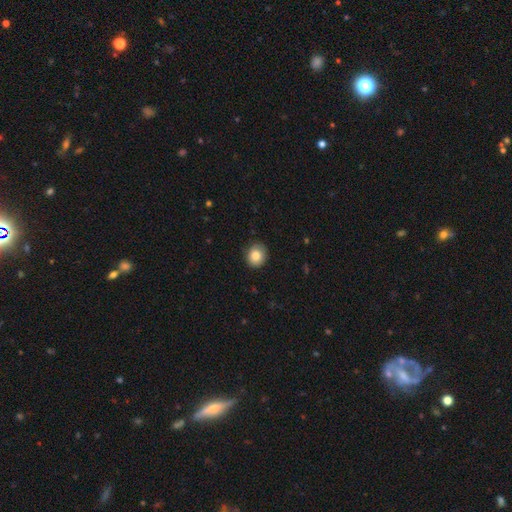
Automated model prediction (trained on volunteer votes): This is clearly a smooth galaxy (85%). How rounded: likely round (78%). Merging: clearly none (85%).